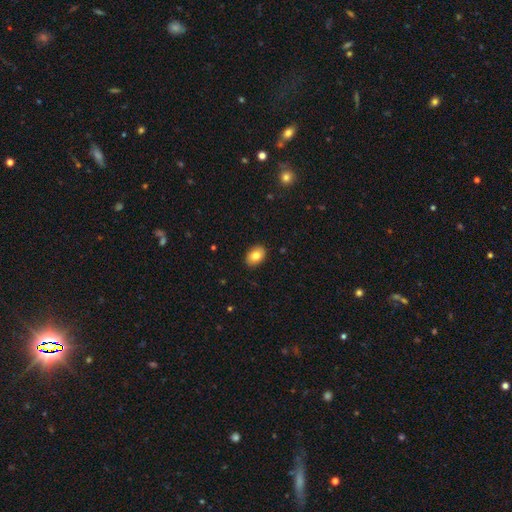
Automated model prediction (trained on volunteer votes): A smooth galaxy with no disk features (81%) that is in between round and cigar-shaped (76%).

Vote fractions:
- Smooth or featured? smooth: 81% / featured or disk: 11% / star or artifact: 8%
- How rounded? in between: 76% / round: 23% / cigar-shaped: 1%
- Merging? none: 89% / minor disturbance: 8% / major disturbance: 2% / merger: 1%